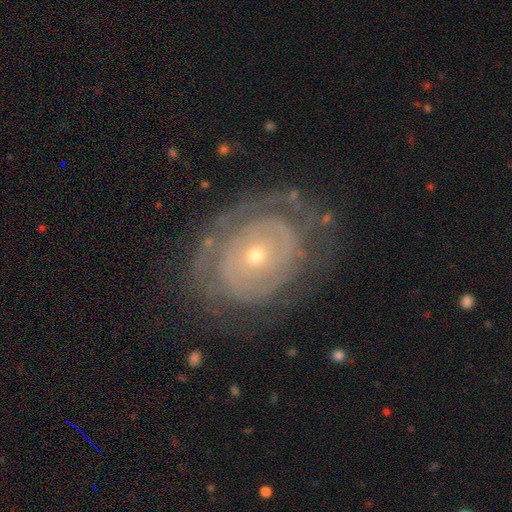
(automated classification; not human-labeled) featured or disk 80%, smooth 13%, star or artifact 6%. Down the decision tree: edge-on disk — no (96%); bar — no (82%); spiral arms — yes (78%); spiral arm count — can't tell (46%); spiral winding — tight (78%); bulge size — small (68%); merging — none (69%).